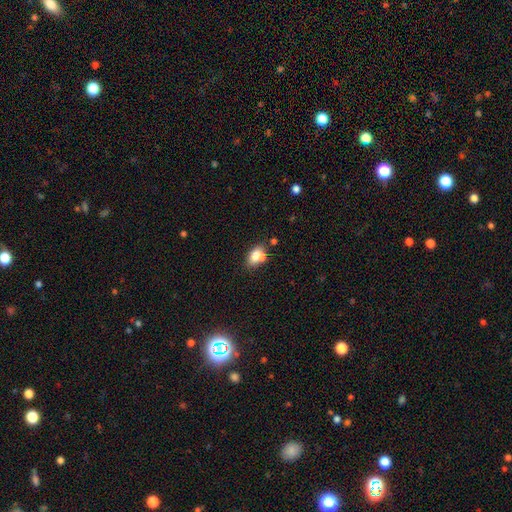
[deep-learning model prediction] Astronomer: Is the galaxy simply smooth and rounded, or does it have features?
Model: smooth — 73%.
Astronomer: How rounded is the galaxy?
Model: in between — 79%.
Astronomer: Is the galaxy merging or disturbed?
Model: none — 44% (runner-up: merger, 37%).